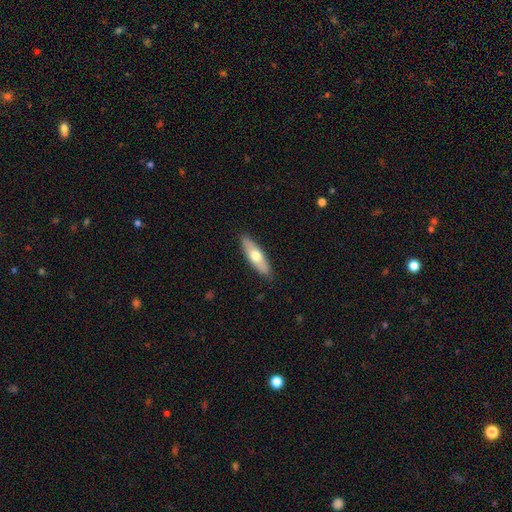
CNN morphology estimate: smooth_or_featured: smooth (p=0.60) [alt: featured or disk p=0.35]
how_rounded: cigar-shaped (p=0.54) [alt: in between p=0.44]
merging: none (p=0.88) [alt: minor disturbance p=0.09]